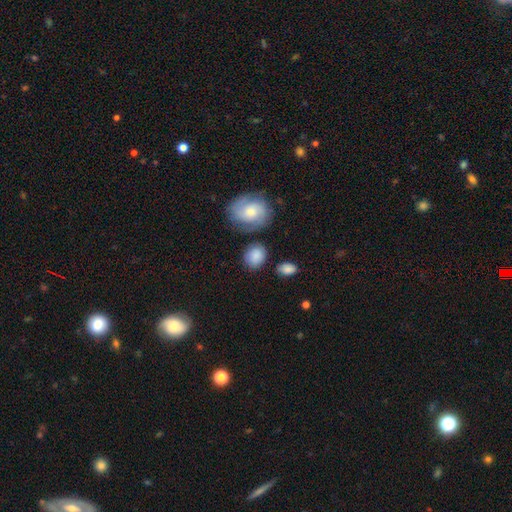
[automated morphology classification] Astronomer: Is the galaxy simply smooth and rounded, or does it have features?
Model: smooth — 79%.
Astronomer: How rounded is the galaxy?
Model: round — 63%.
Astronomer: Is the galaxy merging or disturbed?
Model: none — 72%.